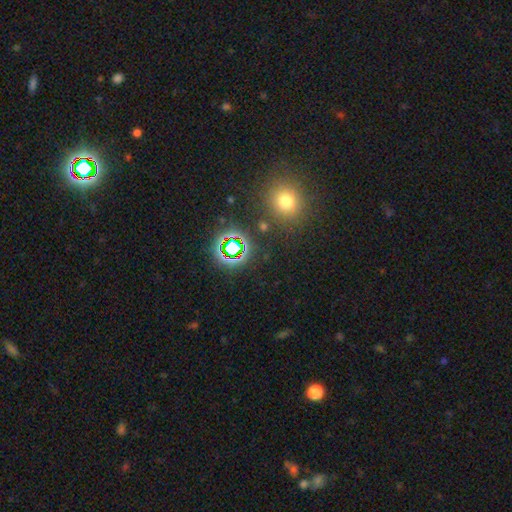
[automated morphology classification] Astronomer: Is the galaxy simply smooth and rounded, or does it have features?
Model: star or artifact — 49% (runner-up: smooth, 44%).